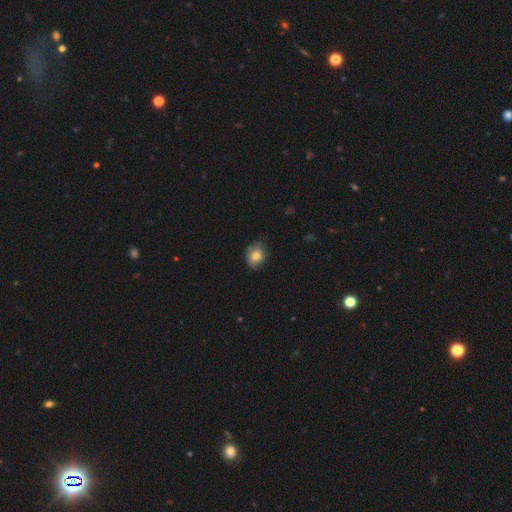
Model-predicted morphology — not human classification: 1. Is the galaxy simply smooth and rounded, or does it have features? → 79% smooth, 13% featured or disk, 8% star or artifact.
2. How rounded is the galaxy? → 50% round, 49% in between, 1% cigar-shaped.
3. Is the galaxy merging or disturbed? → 64% none, 29% minor disturbance, 6% major disturbance, 1% merger.